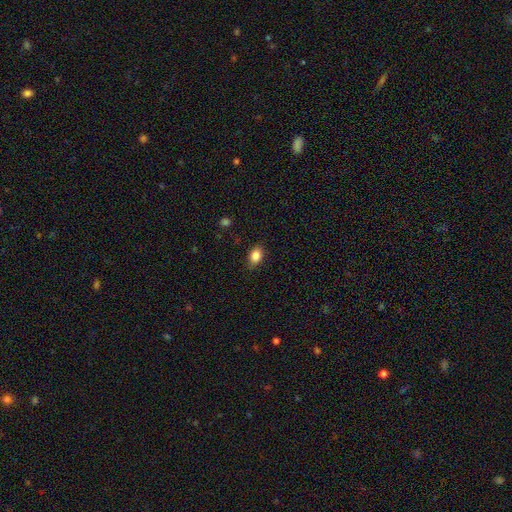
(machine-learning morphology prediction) Q: Smooth or featured?
A: smooth (86%); runner-up: star or artifact (9%)
Q: How rounded?
A: in between (76%); runner-up: round (22%)
Q: Merging?
A: none (84%); runner-up: minor disturbance (12%)